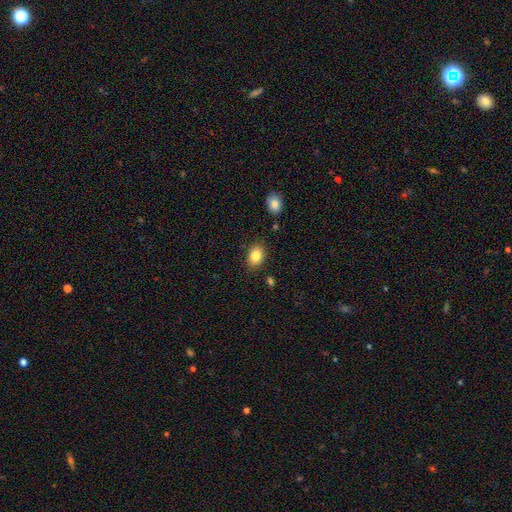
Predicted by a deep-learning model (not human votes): Smooth or featured: smooth — 85% (star or artifact — 8%)
How rounded: in between — 75% (round — 24%)
Merging: none — 85% (minor disturbance — 10%)